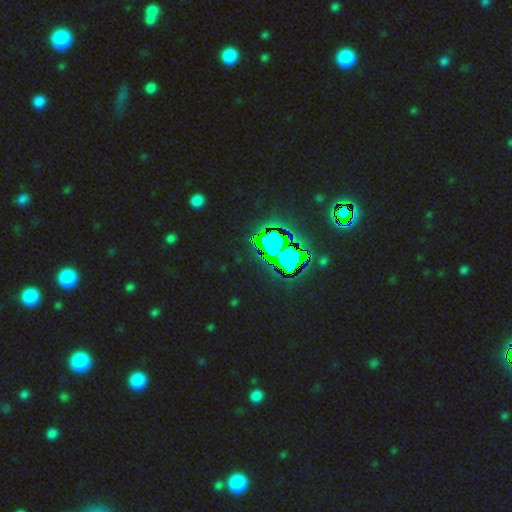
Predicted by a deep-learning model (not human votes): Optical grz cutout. It shows a star or artifact, not a galaxy (83%).